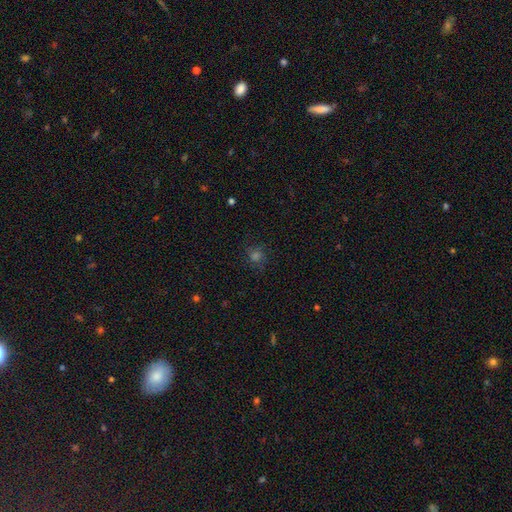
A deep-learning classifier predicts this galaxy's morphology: This is possibly a smooth galaxy (54%). How rounded: clearly round (84%). Merging: clearly none (81%).